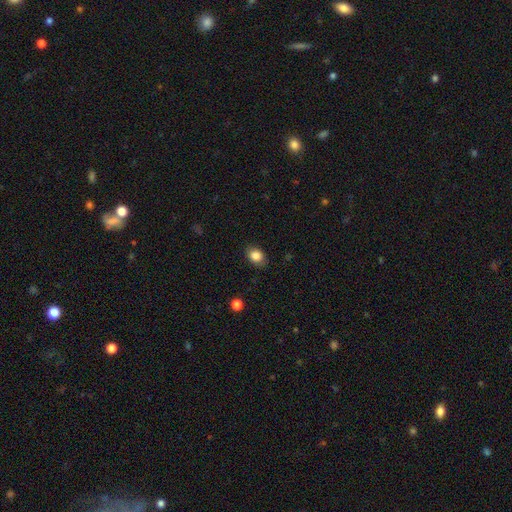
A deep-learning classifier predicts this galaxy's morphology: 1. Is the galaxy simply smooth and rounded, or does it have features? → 85% smooth, 9% star or artifact, 6% featured or disk.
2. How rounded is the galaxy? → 63% in between, 36% round, 1% cigar-shaped.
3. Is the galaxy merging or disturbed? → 83% none, 13% minor disturbance, 3% major disturbance, 1% merger.